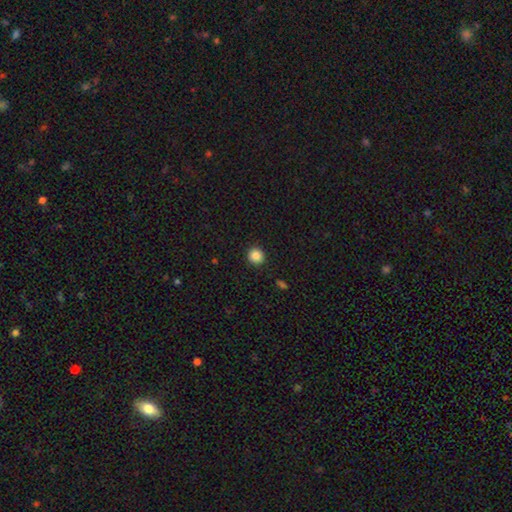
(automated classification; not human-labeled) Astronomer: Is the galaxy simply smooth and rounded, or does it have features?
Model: smooth — 86%.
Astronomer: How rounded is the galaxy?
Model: round — 92%.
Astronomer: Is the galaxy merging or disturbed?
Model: none — 92%.